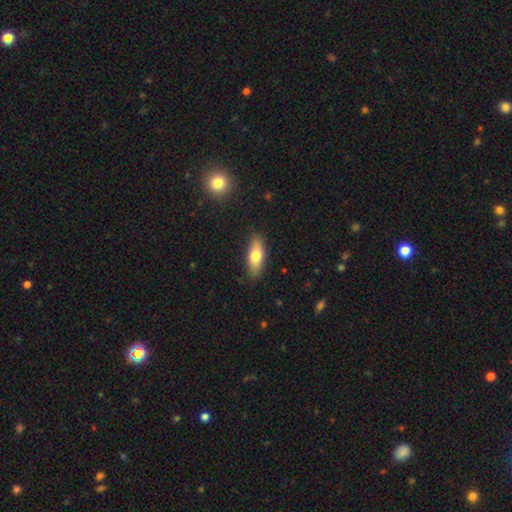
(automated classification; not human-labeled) A smooth galaxy with no disk features (73%) that is in between round and cigar-shaped (74%).

Vote fractions:
- Smooth or featured? smooth: 73% / featured or disk: 20% / star or artifact: 7%
- How rounded? in between: 74% / cigar-shaped: 23% / round: 3%
- Merging? none: 85% / minor disturbance: 12% / major disturbance: 2% / merger: 1%